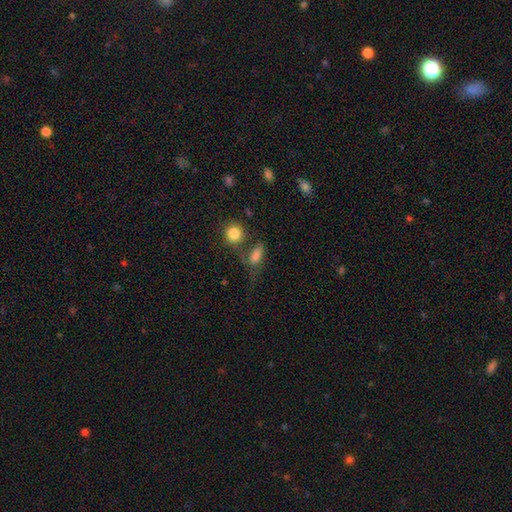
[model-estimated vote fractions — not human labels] This is likely a smooth galaxy (74%). How rounded: likely in between (75%). Merging: marginally none (39%).